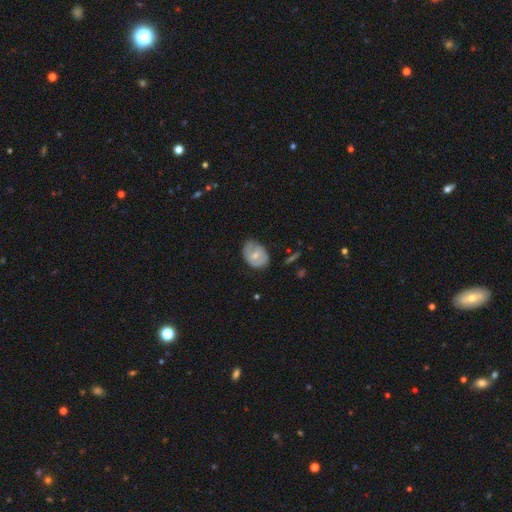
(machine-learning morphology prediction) smooth_or_featured: smooth (p=0.48) [alt: featured or disk p=0.45]
merging: none (p=0.47) [alt: minor disturbance p=0.38]